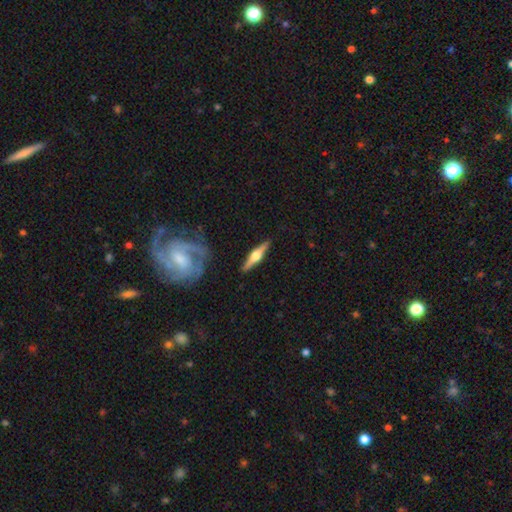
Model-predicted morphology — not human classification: featured or disk 71%, smooth 24%, star or artifact 5%. Down the decision tree: edge-on disk — yes (96%); edge-on bulge — rounded (94%); merging — none (89%).